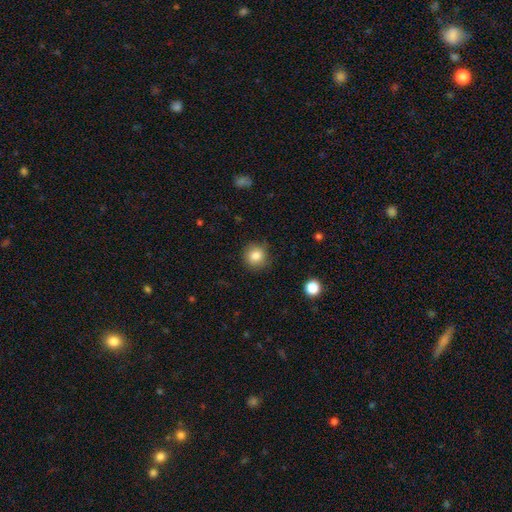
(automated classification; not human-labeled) Smooth or featured? smooth (83%)
How rounded? round (90%)
Merging? none (84%)